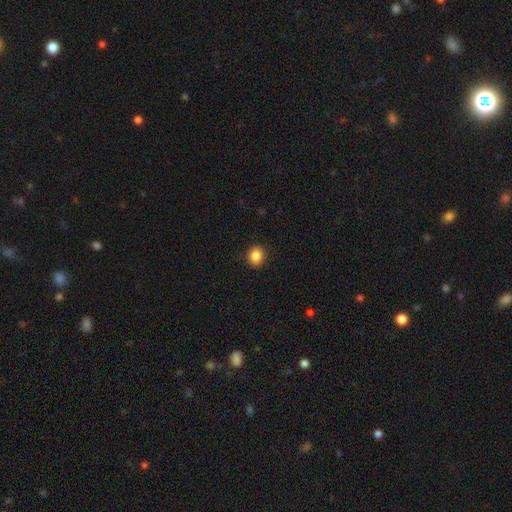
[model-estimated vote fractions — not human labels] The model was most divided on "how rounded": round: 69%, in between: 30%, cigar-shaped: 1%. More confident: merging — none (90%); smooth or featured — smooth (87%).